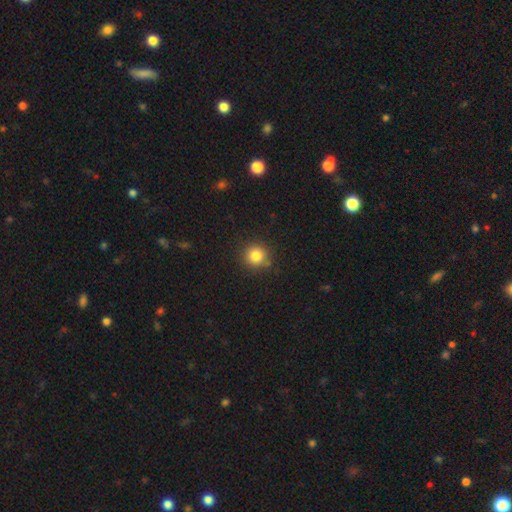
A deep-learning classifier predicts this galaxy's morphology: This is clearly a smooth galaxy (83%). How rounded: clearly round (93%). Merging: clearly none (86%).